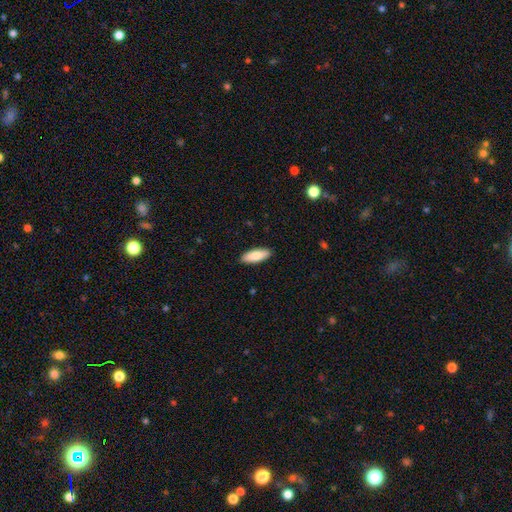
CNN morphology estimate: Smooth or featured? smooth (83%)
How rounded? in between (68%)
Merging? none (90%)